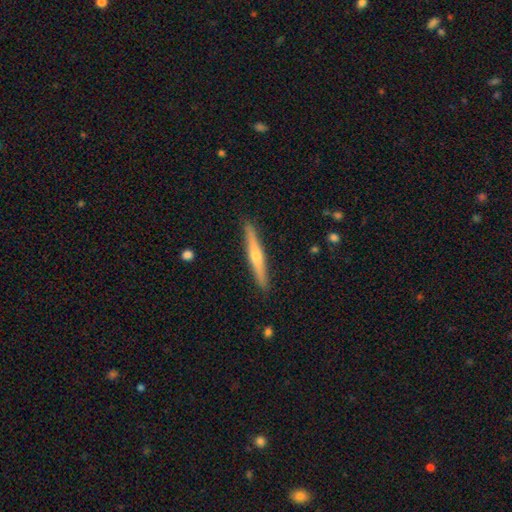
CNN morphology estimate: A featured or disk galaxy (65%) viewed edge-on (97%) with a rounded central bulge (86%).

Vote fractions:
- Smooth or featured? featured or disk: 65% / smooth: 29% / star or artifact: 6%
- Edge-on disk? yes: 97% / no: 3%
- Edge-on bulge? rounded: 86% / none: 11% / boxy: 3%
- Merging? none: 91% / minor disturbance: 6% / major disturbance: 1% / merger: 1%